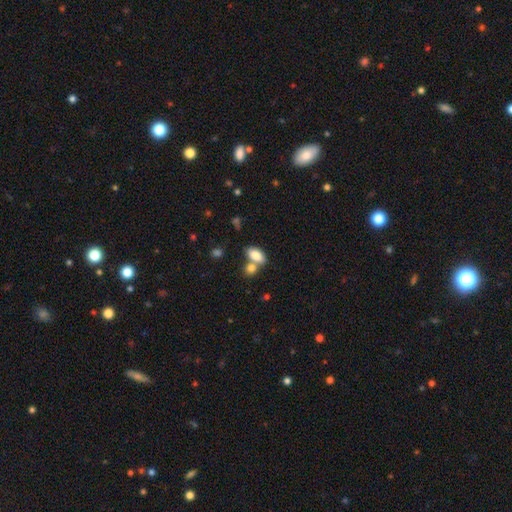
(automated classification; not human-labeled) Q: Smooth or featured?
A: smooth (82%); runner-up: featured or disk (11%)
Q: How rounded?
A: in between (90%); runner-up: round (7%)
Q: Merging?
A: none (45%); runner-up: merger (41%)